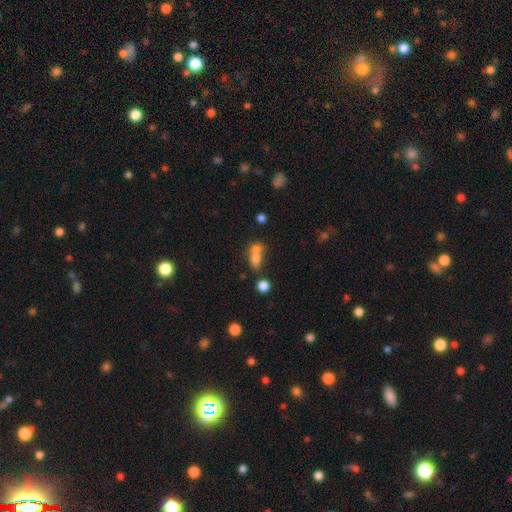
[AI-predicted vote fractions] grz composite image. It shows a smooth galaxy with no disk features (71%) that is in between round and cigar-shaped (58%). Merging: merger (61%).